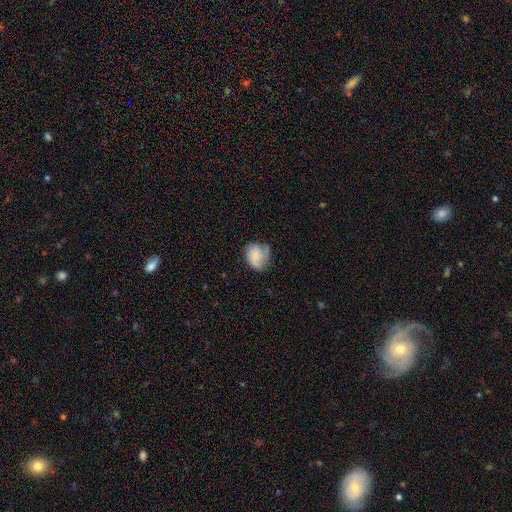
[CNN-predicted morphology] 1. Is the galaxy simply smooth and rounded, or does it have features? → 53% smooth, 39% featured or disk, 8% star or artifact.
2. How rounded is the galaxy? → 64% round, 35% in between, 1% cigar-shaped.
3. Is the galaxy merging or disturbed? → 49% none, 31% minor disturbance, 15% major disturbance, 4% merger.